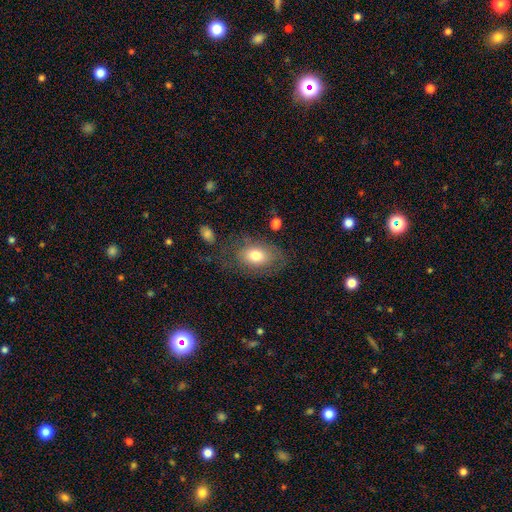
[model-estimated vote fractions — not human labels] Q: Smooth or featured?
A: smooth (71%); runner-up: featured or disk (21%)
Q: How rounded?
A: in between (84%); runner-up: round (15%)
Q: Merging?
A: none (62%); runner-up: minor disturbance (20%)